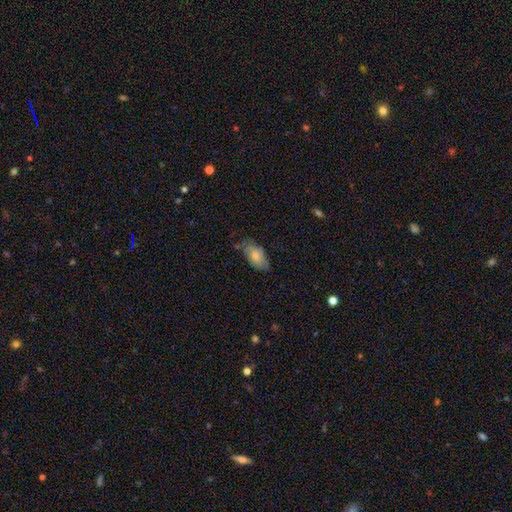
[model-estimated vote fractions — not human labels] Smooth or featured: smooth — 75% (featured or disk — 18%)
How rounded: in between — 92% (cigar-shaped — 5%)
Merging: none — 61% (minor disturbance — 29%)